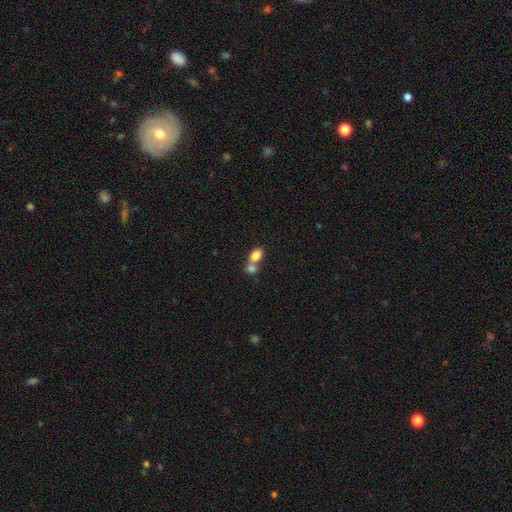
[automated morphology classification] This appears to be a smooth galaxy with no disk features (82%) that is in between round and cigar-shaped (76%). Merging: merger (64%).